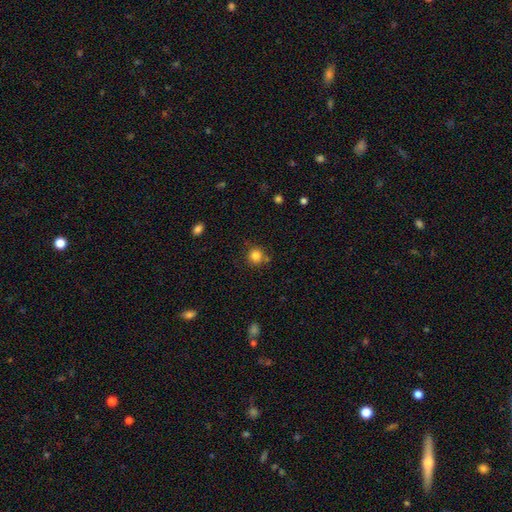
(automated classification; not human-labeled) A smooth galaxy with no disk features (83%) that is round (92%). Merging: none (77%).